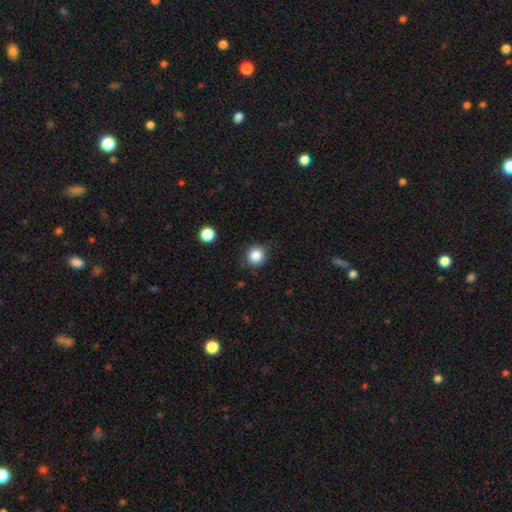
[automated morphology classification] This appears to be a smooth galaxy with no disk features (85%) that is round (91%). Merging: none (85%).